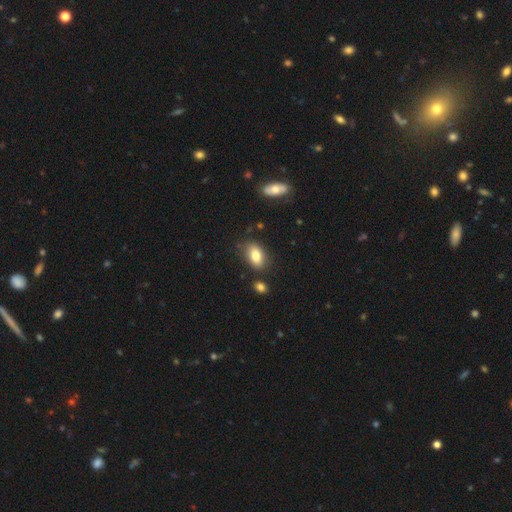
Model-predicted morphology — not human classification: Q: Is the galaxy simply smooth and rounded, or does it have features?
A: smooth — 80%.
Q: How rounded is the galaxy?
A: in between — 88%.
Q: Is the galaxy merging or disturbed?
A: none — 78%.